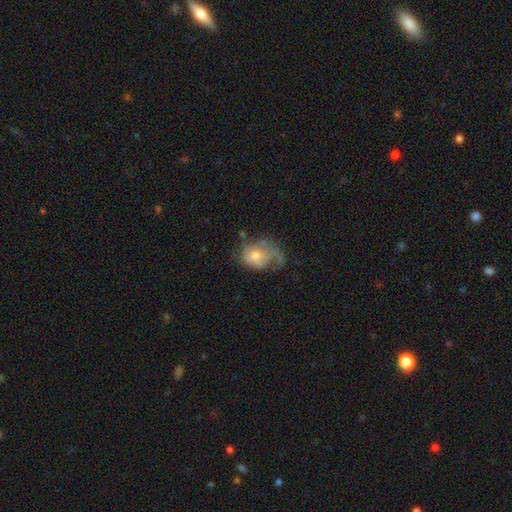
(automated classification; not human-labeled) Smooth or featured? featured or disk (54%)
Edge-on disk? no (96%)
Bar? no (76%)
Spiral arms? yes (70%)
Bulge size? moderate (48%)
Merging? major disturbance (38%)